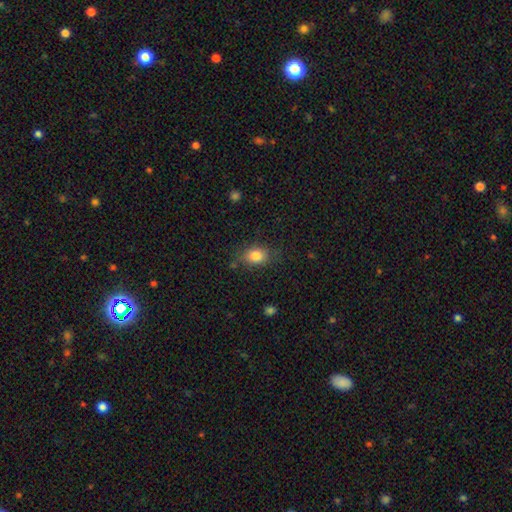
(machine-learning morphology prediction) Q: Smooth or featured?
A: smooth (83%); runner-up: star or artifact (9%)
Q: How rounded?
A: in between (71%); runner-up: round (27%)
Q: Merging?
A: none (76%); runner-up: minor disturbance (17%)